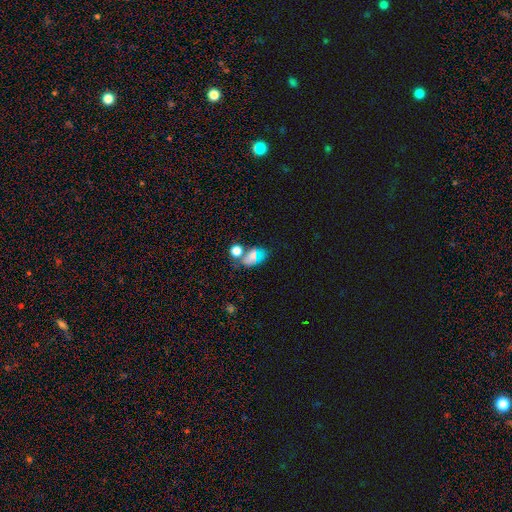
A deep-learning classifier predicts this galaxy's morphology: smooth_or_featured: smooth (p=0.60) [alt: featured or disk p=0.22]
how_rounded: in between (p=0.81) [alt: round p=0.16]
merging: none (p=0.42) [alt: merger p=0.28]